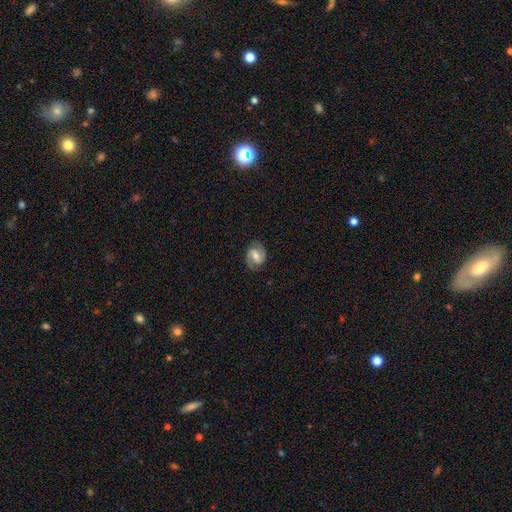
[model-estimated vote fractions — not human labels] featured or disk 73%, smooth 20%, star or artifact 7%. Down the decision tree: edge-on disk — no (97%); bar — weak (50%); spiral arms — yes (93%); spiral arm count — 2 (90%); spiral winding — medium (50%); bulge size — moderate (61%); merging — none (83%).